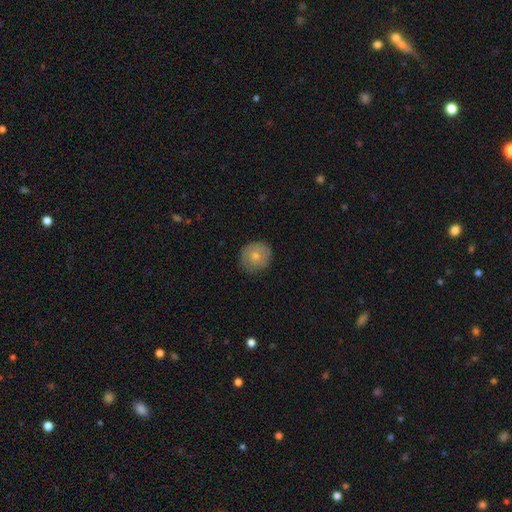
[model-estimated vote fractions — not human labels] smooth 69%, featured or disk 23%, star or artifact 8%. Down the decision tree: how rounded — round (89%); merging — none (78%).